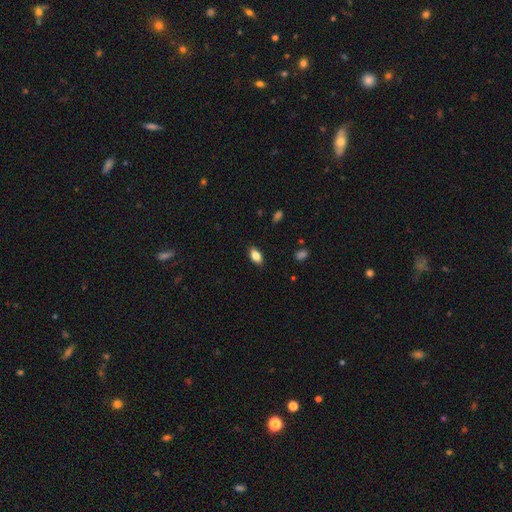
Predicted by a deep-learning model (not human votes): The model was most divided on "smooth or featured": smooth: 83%, featured or disk: 9%, star or artifact: 8%. More confident: how rounded — in between (90%); merging — none (87%).